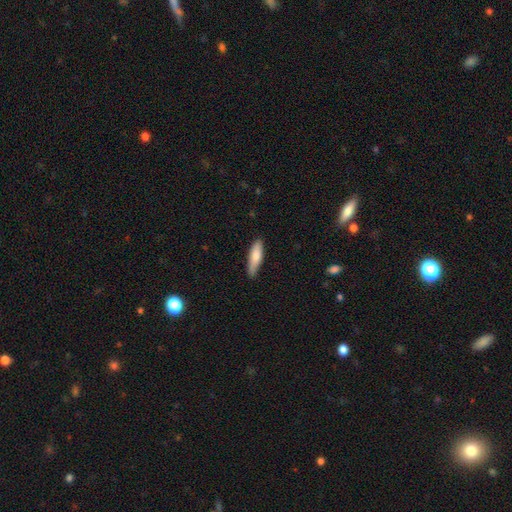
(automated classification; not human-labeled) A smooth galaxy with no disk features (78%) that is cigar-shaped (66%).

Vote fractions:
- Smooth or featured? smooth: 78% / featured or disk: 17% / star or artifact: 6%
- How rounded? cigar-shaped: 66% / in between: 33% / round: 2%
- Merging? none: 79% / minor disturbance: 17% / major disturbance: 2% / merger: 1%